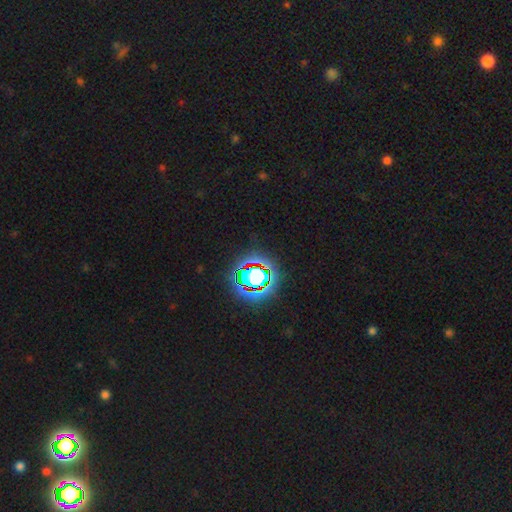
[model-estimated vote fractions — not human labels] Smooth or featured: star or artifact — 80% (smooth — 13%)